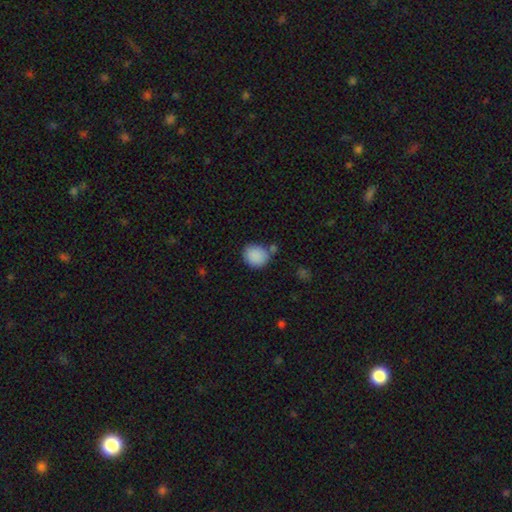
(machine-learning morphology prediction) Smooth or featured: smooth — 88% (star or artifact — 8%)
How rounded: round — 74% (in between — 25%)
Merging: none — 66% (minor disturbance — 16%)